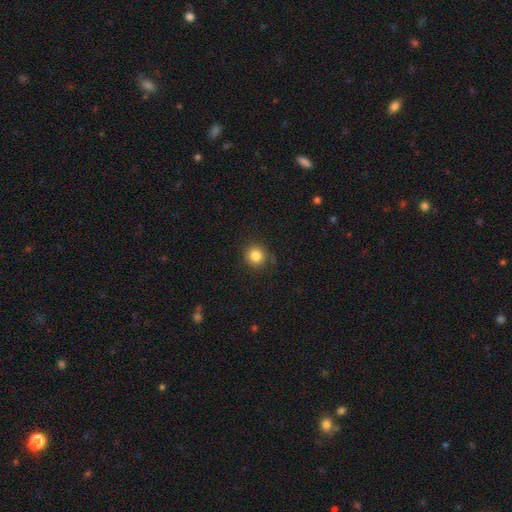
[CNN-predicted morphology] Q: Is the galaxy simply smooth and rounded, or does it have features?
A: smooth — 83%.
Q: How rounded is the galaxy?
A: round — 88%.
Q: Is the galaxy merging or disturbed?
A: none — 82%.